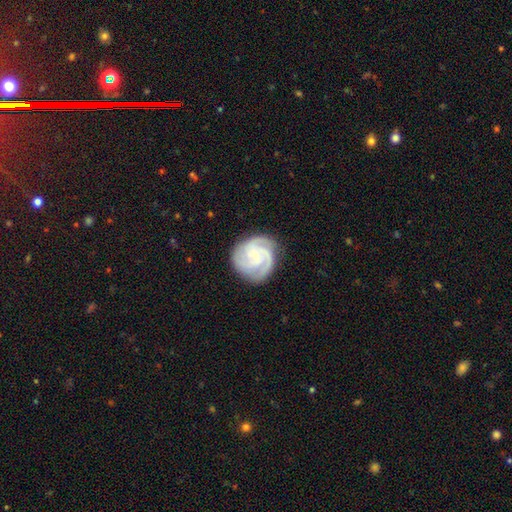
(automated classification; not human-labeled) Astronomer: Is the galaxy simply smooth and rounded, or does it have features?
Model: featured or disk — 88%.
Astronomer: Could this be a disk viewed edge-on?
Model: no — 98%.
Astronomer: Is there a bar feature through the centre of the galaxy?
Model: no — 66%.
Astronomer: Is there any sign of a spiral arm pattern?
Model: yes — 98%.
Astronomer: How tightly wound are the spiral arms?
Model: tight — 60% (runner-up: medium, 36%).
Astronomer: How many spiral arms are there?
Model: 3 — 66%.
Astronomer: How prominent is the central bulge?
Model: small — 77%.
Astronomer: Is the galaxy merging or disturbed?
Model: none — 80%.